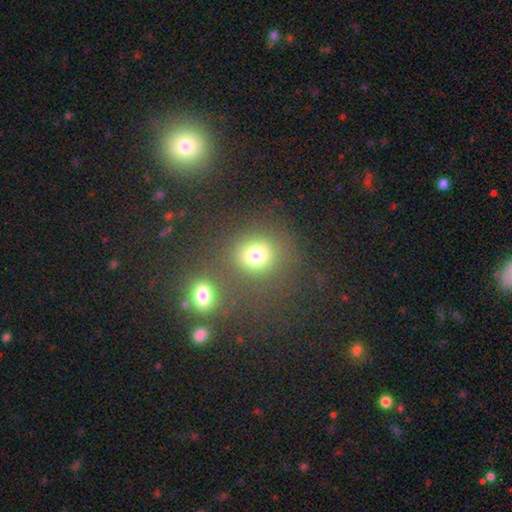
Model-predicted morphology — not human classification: This appears to be a smooth galaxy with no disk features (74%) that is round (81%). Merging: none (64%).